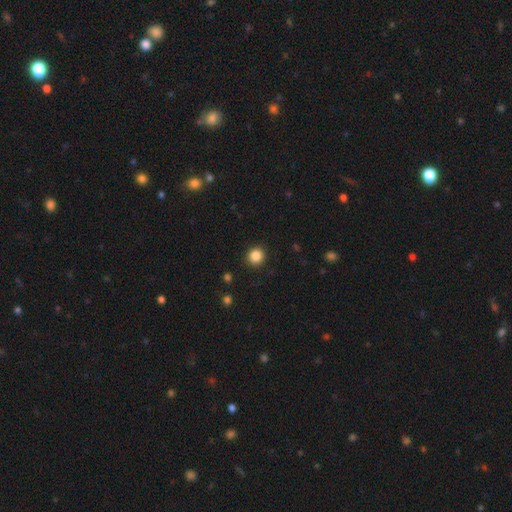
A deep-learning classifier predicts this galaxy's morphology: smooth 85%, star or artifact 11%, featured or disk 4%. Down the decision tree: how rounded — round (90%); merging — none (91%).